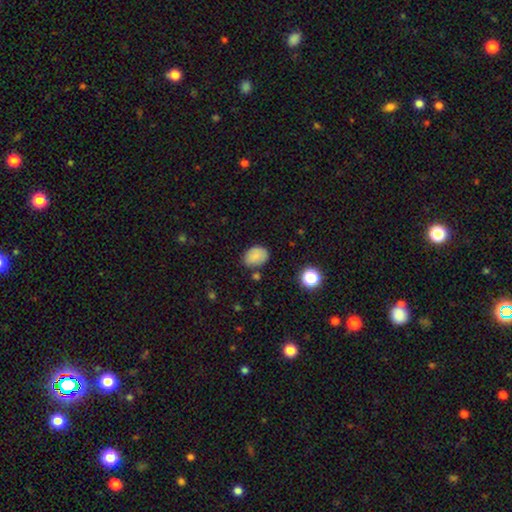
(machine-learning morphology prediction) Q: Smooth or featured?
A: smooth (81%); runner-up: star or artifact (11%)
Q: How rounded?
A: in between (72%); runner-up: round (27%)
Q: Merging?
A: none (72%); runner-up: minor disturbance (19%)